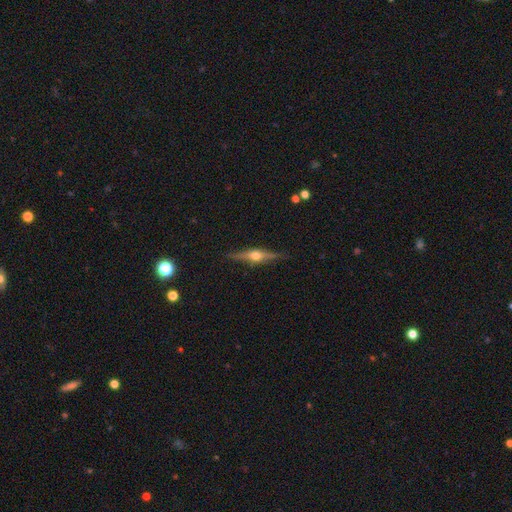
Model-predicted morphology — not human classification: smooth-or-featured: featured or disk: 79% | smooth: 14% | star or artifact: 6%
  disk-edge-on: yes: 98% | no: 2%
    edge-on-bulge: rounded: 94% | boxy: 4% | none: 2%
  merging: none: 89% | minor disturbance: 8% | major disturbance: 2% | merger: 1%